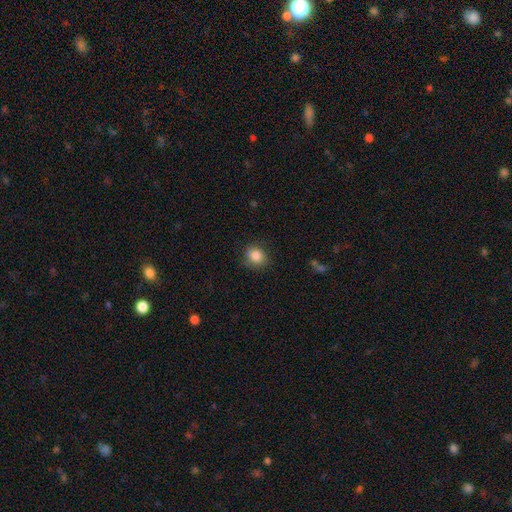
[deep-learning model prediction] Q: Smooth or featured?
A: smooth (85%); runner-up: star or artifact (9%)
Q: How rounded?
A: round (70%); runner-up: in between (29%)
Q: Merging?
A: none (81%); runner-up: minor disturbance (15%)